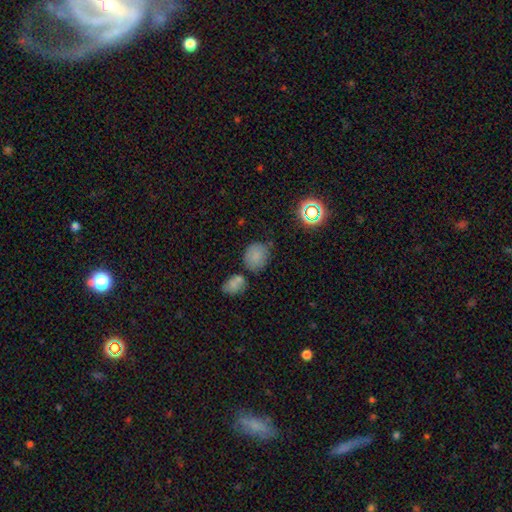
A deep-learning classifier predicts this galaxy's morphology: A smooth galaxy with no disk features (77%) that is round (63%).

Vote fractions:
- Smooth or featured? smooth: 77% / star or artifact: 14% / featured or disk: 9%
- How rounded? round: 63% / in between: 35% / cigar-shaped: 1%
- Merging? none: 60% / minor disturbance: 18% / merger: 16% / major disturbance: 5%